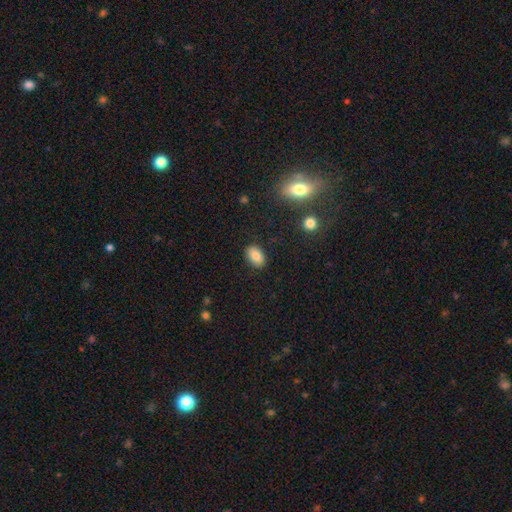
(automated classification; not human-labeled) Smooth or featured?
  - smooth: 83% *
  - star or artifact: 9%
  - featured or disk: 8%
How rounded?
  - in between: 88% *
  - round: 10%
  - cigar-shaped: 2%
Merging?
  - none: 87% *
  - minor disturbance: 10%
  - major disturbance: 2%
  - merger: 1%